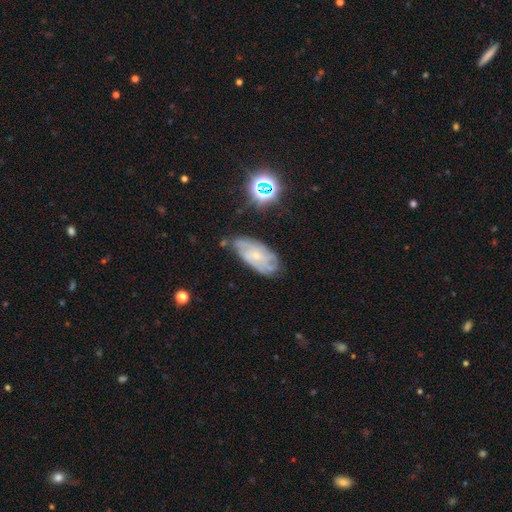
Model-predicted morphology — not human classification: Smooth or featured? featured or disk (65%)
Edge-on disk? no (92%)
Bar? no (72%)
Spiral arms? yes (83%)
Spiral winding? tight (55%)
Spiral arm count? can't tell (50%)
Bulge size? small (75%)
Merging? none (63%)